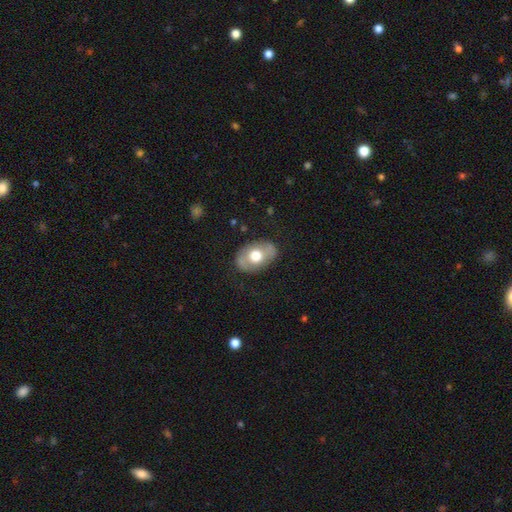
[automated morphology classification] A smooth galaxy with no disk features (53%) that is in between round and cigar-shaped (84%). Merging: none (79%).